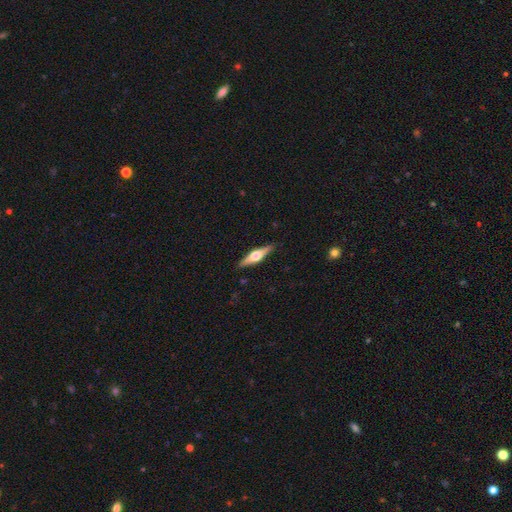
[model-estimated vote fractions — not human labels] Q: Smooth or featured?
A: featured or disk (69%); runner-up: smooth (26%)
Q: Edge-on disk?
A: yes (97%); runner-up: no (3%)
Q: Edge-on bulge?
A: rounded (94%); runner-up: boxy (4%)
Q: Merging?
A: none (89%); runner-up: minor disturbance (8%)